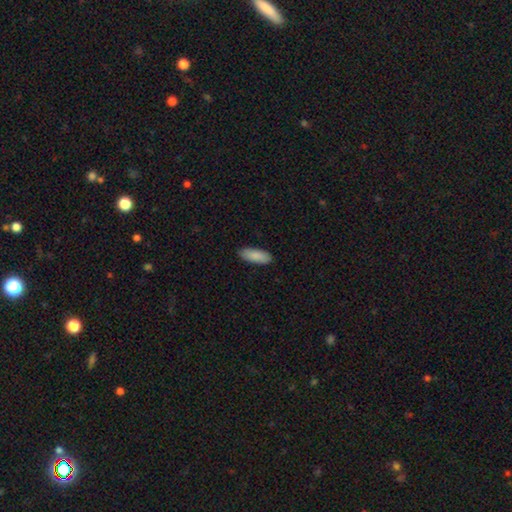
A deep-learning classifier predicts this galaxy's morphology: A smooth galaxy with no disk features (89%) that is in between round and cigar-shaped (73%). Merging: none (88%).